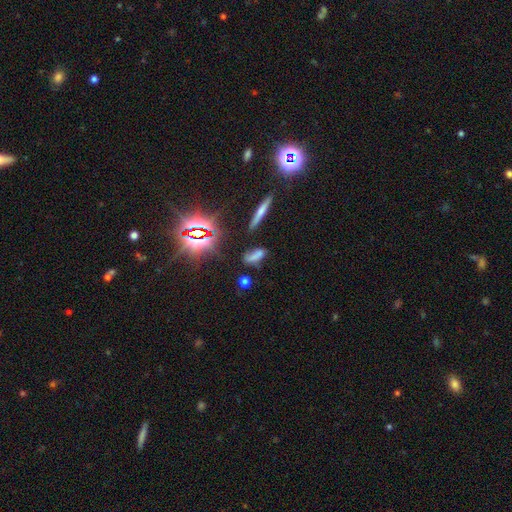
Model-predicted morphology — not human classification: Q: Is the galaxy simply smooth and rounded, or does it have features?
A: smooth — 56%.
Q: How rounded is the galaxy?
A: in between — 62%.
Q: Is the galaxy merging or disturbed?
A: none — 59%.